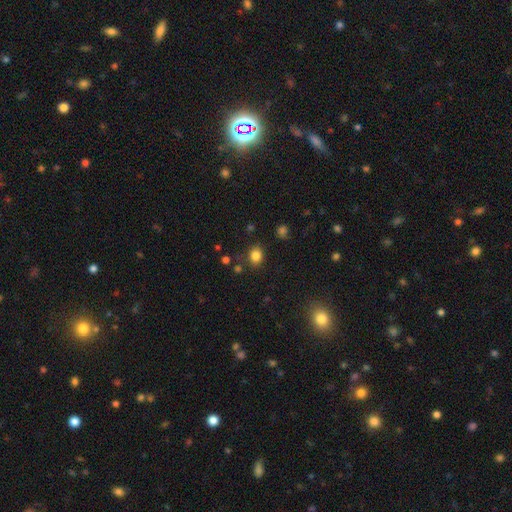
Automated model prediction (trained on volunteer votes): Smooth or featured? Predicted: smooth (p=0.82). How rounded? Predicted: round (p=0.57). Merging? Predicted: none (p=0.81).